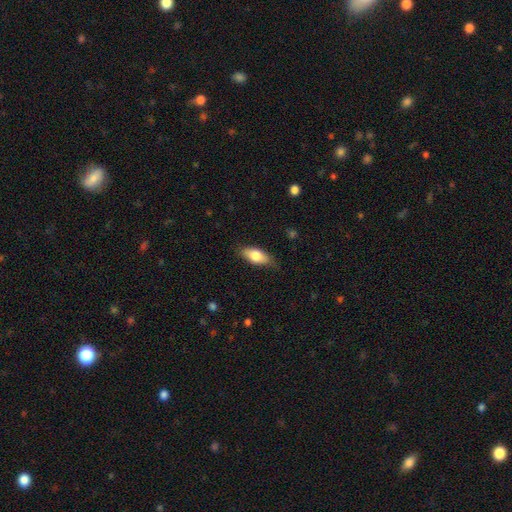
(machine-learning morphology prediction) type=smooth (76%); roundness=in between (82%); merging=none (76%).